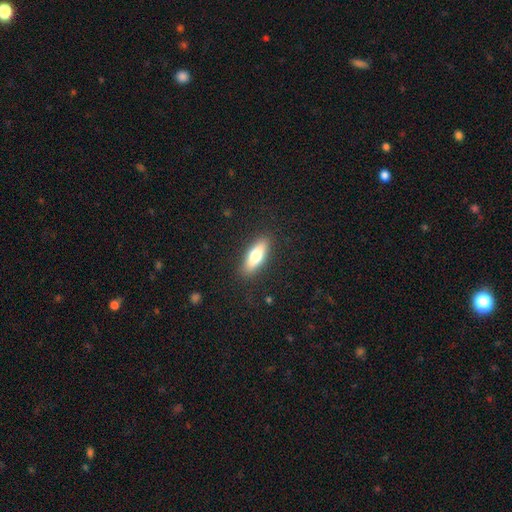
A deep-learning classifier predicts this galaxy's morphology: This is likely a smooth galaxy (68%). How rounded: possibly in between (58%). Merging: clearly none (87%).